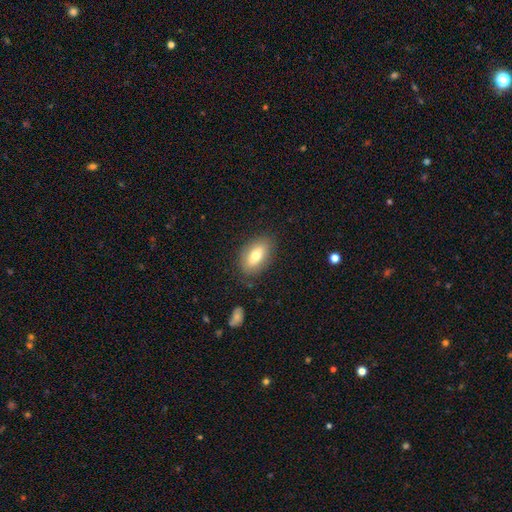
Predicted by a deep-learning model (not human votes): Morphology: type=smooth (71%); roundness=in between (89%); merging=none (82%).